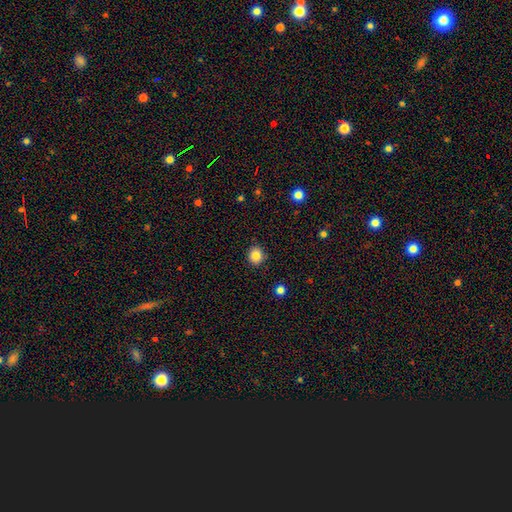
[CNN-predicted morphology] A smooth galaxy with no disk features (85%) that is round (83%).

Vote fractions:
- Smooth or featured? smooth: 85% / star or artifact: 10% / featured or disk: 5%
- How rounded? round: 83% / in between: 16% / cigar-shaped: 1%
- Merging? none: 89% / minor disturbance: 7% / major disturbance: 2% / merger: 1%